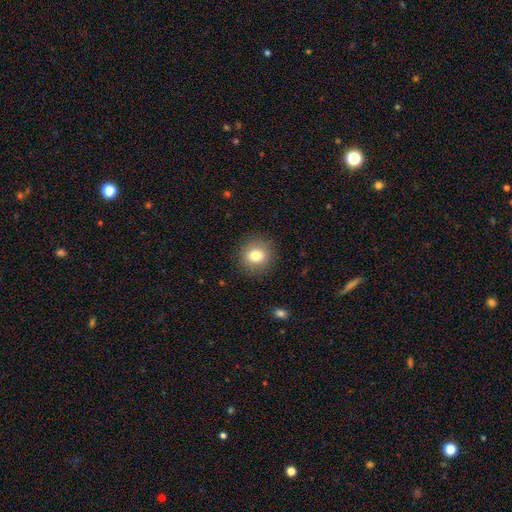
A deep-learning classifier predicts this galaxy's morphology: A smooth galaxy with no disk features (80%) that is round (85%). Merging: none (89%).